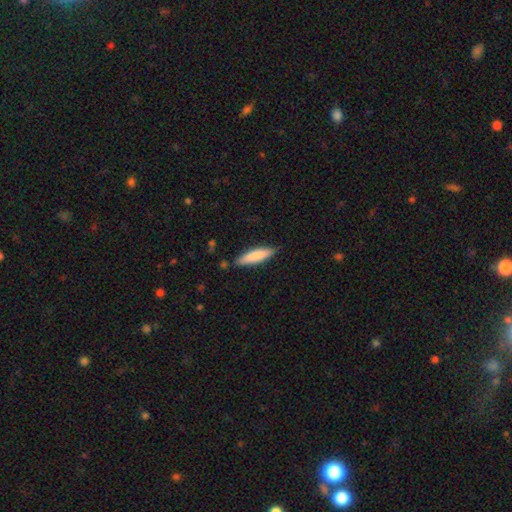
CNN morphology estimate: Q: Smooth or featured?
A: smooth (80%); runner-up: featured or disk (14%)
Q: How rounded?
A: cigar-shaped (70%); runner-up: in between (29%)
Q: Merging?
A: none (83%); runner-up: minor disturbance (13%)